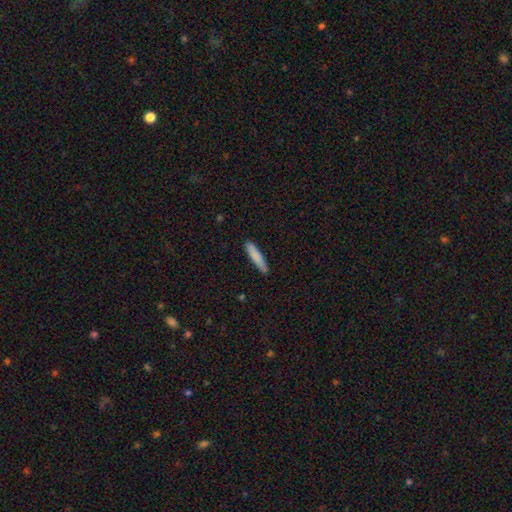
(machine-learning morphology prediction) This is clearly a smooth galaxy (83%). How rounded: clearly cigar-shaped (89%). Merging: clearly none (86%).